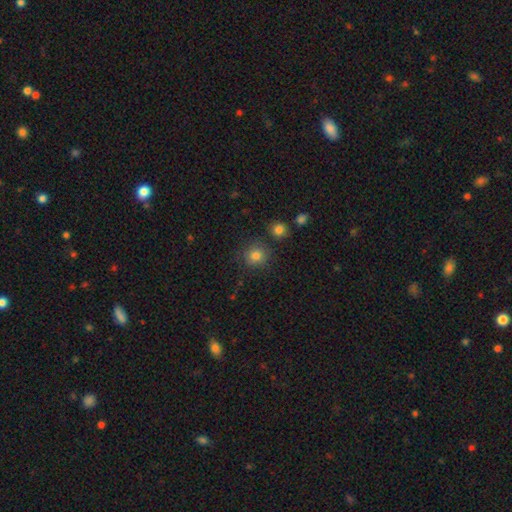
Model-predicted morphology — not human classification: Smooth or featured?
  - smooth: 81% *
  - star or artifact: 13%
  - featured or disk: 6%
How rounded?
  - round: 90% *
  - in between: 9%
  - cigar-shaped: 1%
Merging?
  - none: 83% *
  - minor disturbance: 9%
  - merger: 5%
  - major disturbance: 3%